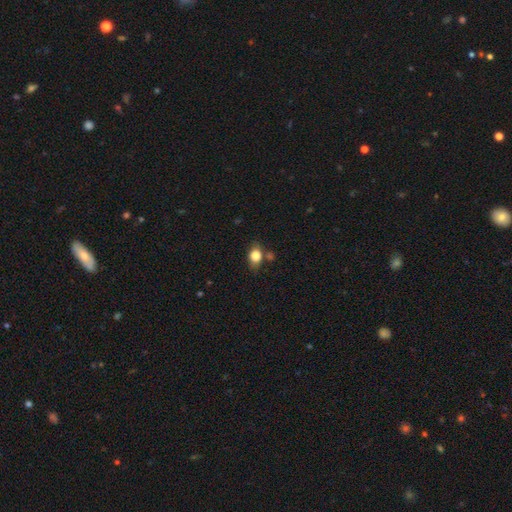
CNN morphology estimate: Q: Smooth or featured?
A: smooth (80%); runner-up: star or artifact (10%)
Q: How rounded?
A: in between (61%); runner-up: round (37%)
Q: Merging?
A: none (64%); runner-up: minor disturbance (20%)